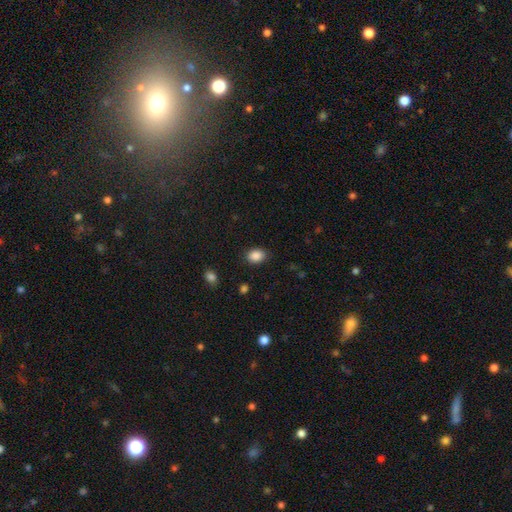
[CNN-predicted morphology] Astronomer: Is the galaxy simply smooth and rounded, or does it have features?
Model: smooth — 88%.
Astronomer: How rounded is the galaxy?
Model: in between — 66%.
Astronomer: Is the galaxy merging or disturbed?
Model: none — 86%.